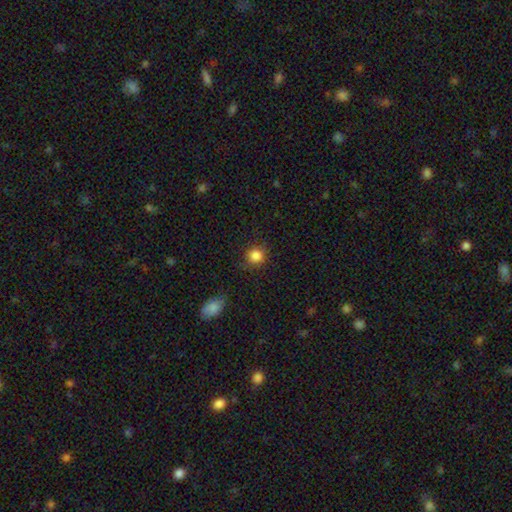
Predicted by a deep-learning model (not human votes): Q: Smooth or featured?
A: smooth (85%); runner-up: star or artifact (11%)
Q: How rounded?
A: round (90%); runner-up: in between (9%)
Q: Merging?
A: none (84%); runner-up: minor disturbance (11%)